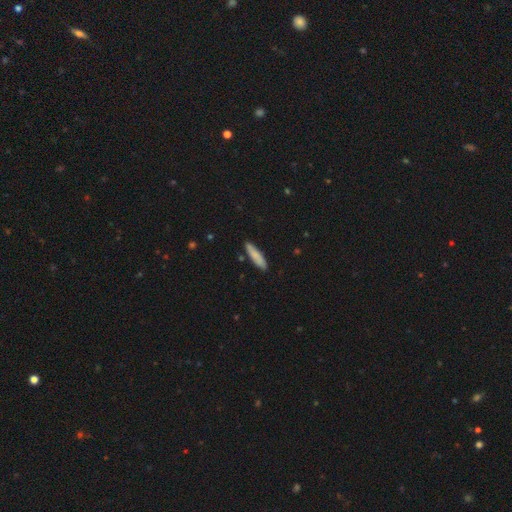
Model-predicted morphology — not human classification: A smooth galaxy with no disk features (80%) that is cigar-shaped (79%).

Vote fractions:
- Smooth or featured? smooth: 80% / featured or disk: 14% / star or artifact: 6%
- How rounded? cigar-shaped: 79% / in between: 20% / round: 1%
- Merging? none: 84% / minor disturbance: 12% / merger: 2% / major disturbance: 2%